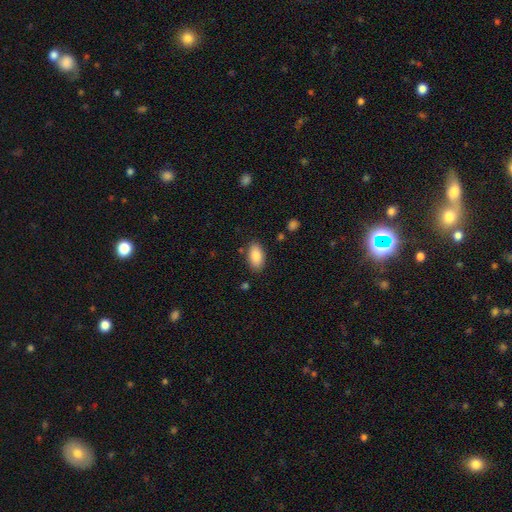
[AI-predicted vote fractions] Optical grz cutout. It shows a smooth galaxy with no disk features (86%) that is in between round and cigar-shaped (94%). Merging: none (84%).